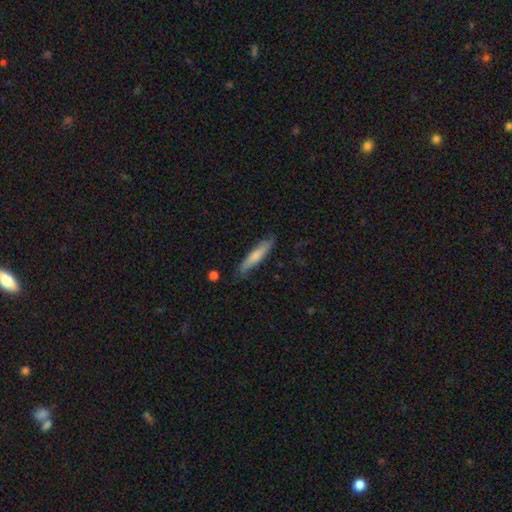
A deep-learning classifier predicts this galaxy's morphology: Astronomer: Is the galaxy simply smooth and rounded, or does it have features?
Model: smooth — 70%.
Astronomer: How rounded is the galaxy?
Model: cigar-shaped — 85%.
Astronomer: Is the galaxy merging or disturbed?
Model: none — 79%.